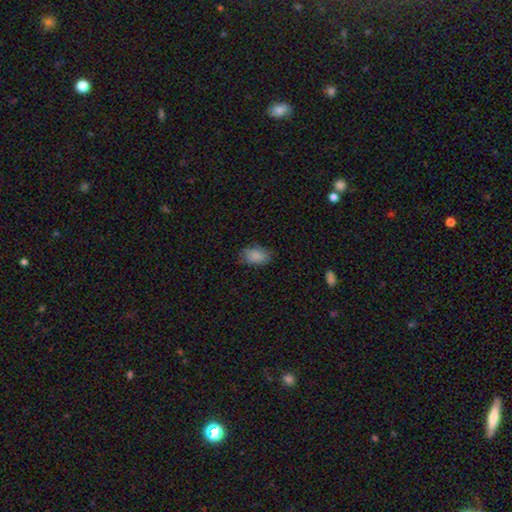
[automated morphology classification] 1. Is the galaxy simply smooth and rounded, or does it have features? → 84% smooth, 8% featured or disk, 8% star or artifact.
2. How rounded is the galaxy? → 89% in between, 9% round, 2% cigar-shaped.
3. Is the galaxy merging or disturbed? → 73% none, 21% minor disturbance, 5% major disturbance, 1% merger.